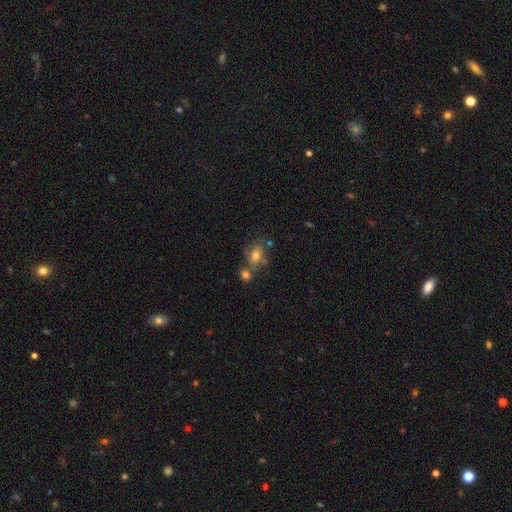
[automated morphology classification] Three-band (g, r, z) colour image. It shows a smooth galaxy with no disk features (64%) that is in between round and cigar-shaped (71%). Merging: none (49%).